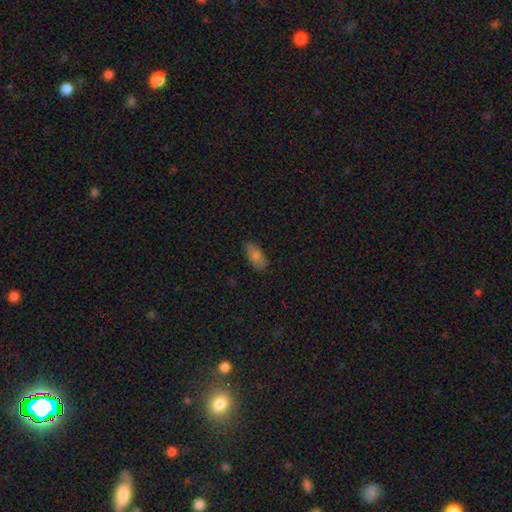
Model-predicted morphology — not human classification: The model was most divided on "smooth or featured": smooth: 75%, featured or disk: 17%, star or artifact: 8%. More confident: how rounded — in between (86%); merging — none (81%).